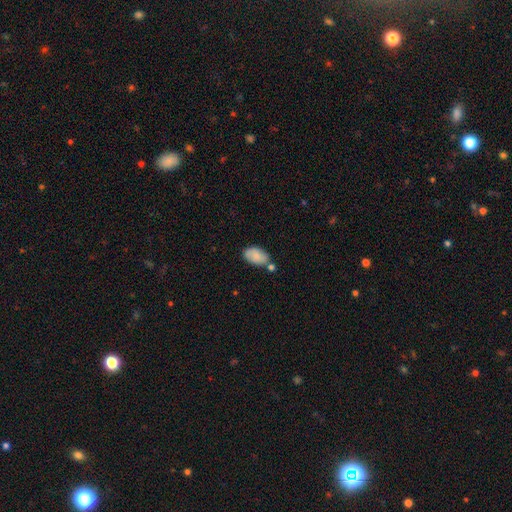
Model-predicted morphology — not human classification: Smooth or featured: smooth — 80% (featured or disk — 13%)
How rounded: in between — 93% (round — 5%)
Merging: none — 57% (minor disturbance — 19%)